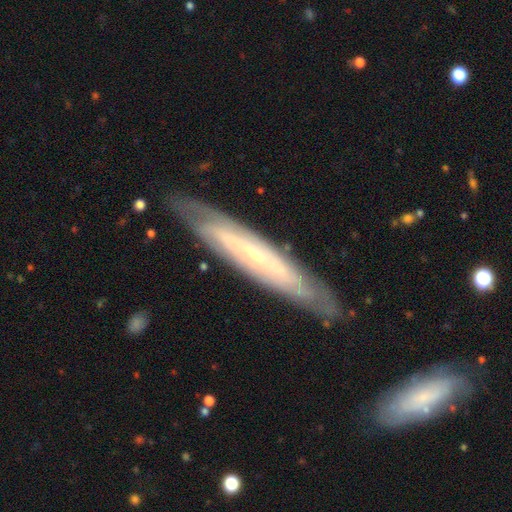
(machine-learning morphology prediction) smooth-or-featured: featured or disk: 75% | smooth: 19% | star or artifact: 6%
  disk-edge-on: yes: 50% (tied) | no: 50% (tied)
  merging: none: 82% | minor disturbance: 13% | major disturbance: 3% | merger: 2%